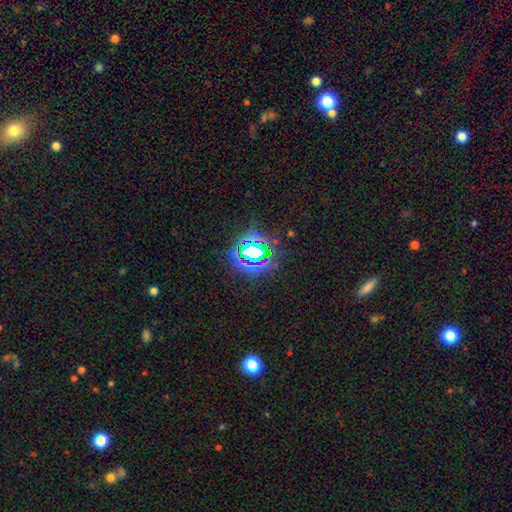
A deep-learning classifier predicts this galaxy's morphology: This is likely a star or artifact rather than a galaxy (69%).